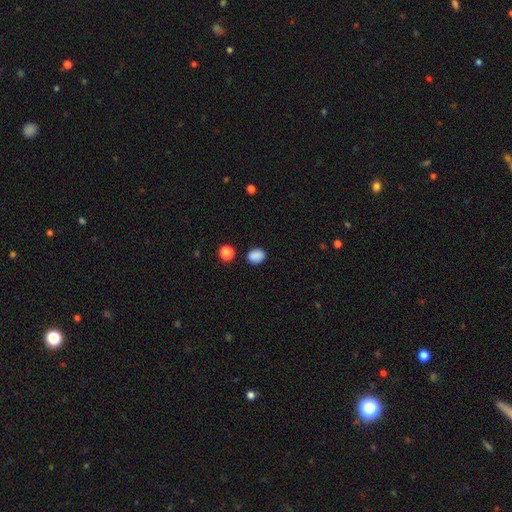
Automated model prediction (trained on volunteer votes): smooth-or-featured: smooth: 87% | star or artifact: 10% | featured or disk: 3%
  how-rounded: in between: 56% | round: 43% | cigar-shaped: 1%
  merging: none: 85% | minor disturbance: 10% | merger: 3% | major disturbance: 3%